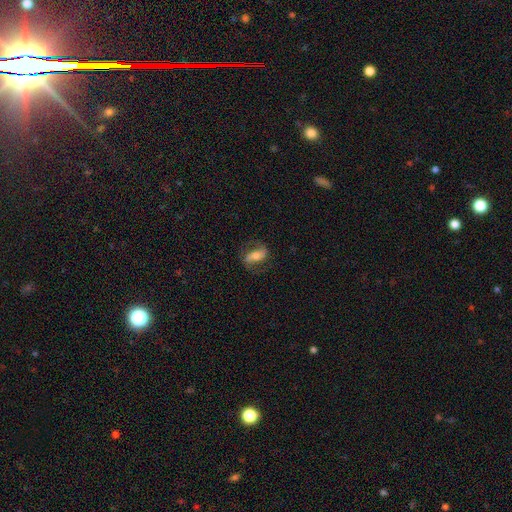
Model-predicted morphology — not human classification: A featured or disk galaxy (62%) with a strong bar (43%), 2 (89%) loose (43%) spiral arms (88%) and a moderate central bulge (49%).

Vote fractions:
- Smooth or featured? featured or disk: 62% / smooth: 30% / star or artifact: 8%
- Edge-on disk? no: 93% / yes: 7%
- Bar? strong: 43% / weak: 30% / no: 27%
- Spiral arms? yes: 88% / no: 12%
- Spiral winding? loose: 43% / medium: 42% / tight: 16%
- Spiral arm count? 2: 89% / can't tell: 5% / 1: 4% / 3: 1% / 4: 1% / more than 4: 1%
- Bulge size? moderate: 49% / small: 30% / large: 13% / none: 5% / dominant: 2%
- Merging? none: 74% / minor disturbance: 16% / major disturbance: 10% / merger: 1%